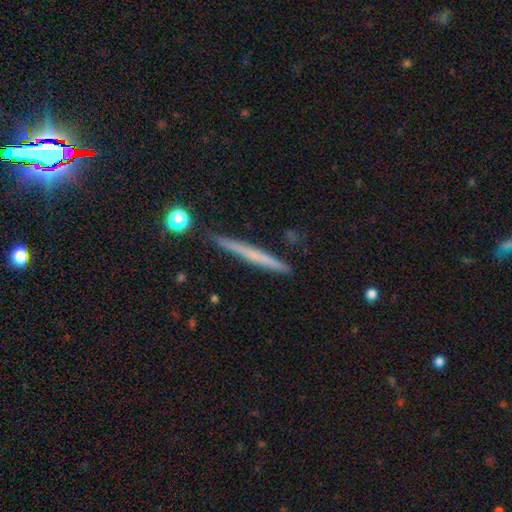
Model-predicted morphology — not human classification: type=smooth (48%); merging=none (88%).